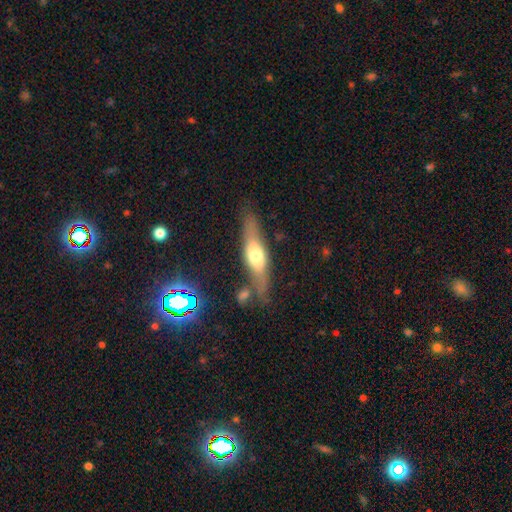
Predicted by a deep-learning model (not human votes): smooth-or-featured: featured or disk: 49% | smooth: 44% | star or artifact: 7%
  merging: none: 67% | minor disturbance: 18% | merger: 9% | major disturbance: 7%